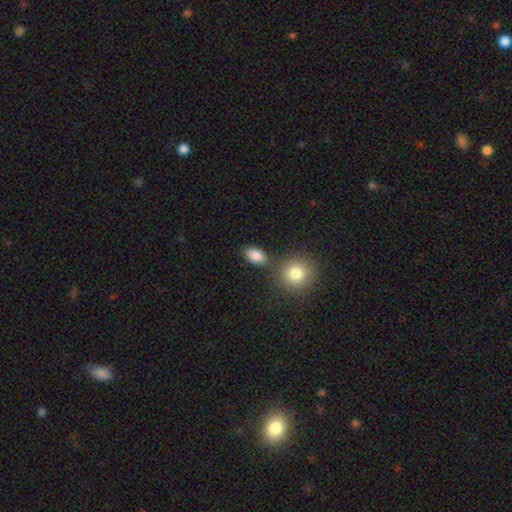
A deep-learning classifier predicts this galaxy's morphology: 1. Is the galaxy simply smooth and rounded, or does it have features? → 86% smooth, 9% star or artifact, 6% featured or disk.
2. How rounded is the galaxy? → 86% in between, 11% round, 3% cigar-shaped.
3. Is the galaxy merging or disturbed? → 74% none, 12% minor disturbance, 10% merger, 4% major disturbance.